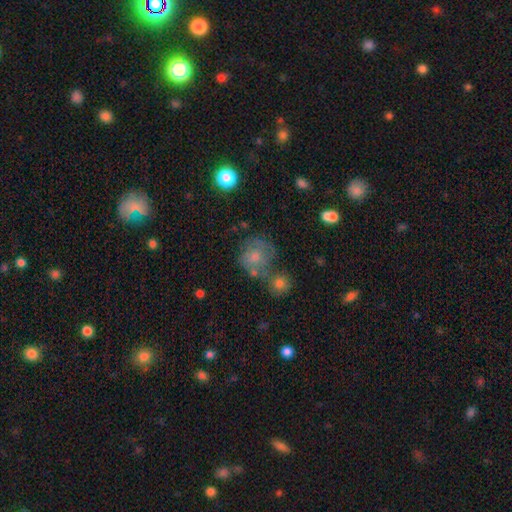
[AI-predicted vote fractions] This is likely a smooth galaxy (61%). How rounded: likely round (77%). Merging: marginally none (43%).